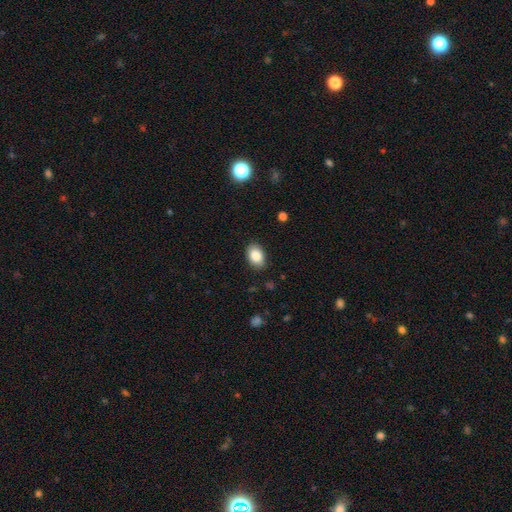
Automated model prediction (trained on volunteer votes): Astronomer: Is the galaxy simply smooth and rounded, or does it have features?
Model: smooth — 87%.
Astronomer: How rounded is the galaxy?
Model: in between — 85%.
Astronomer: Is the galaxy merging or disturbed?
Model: none — 86%.